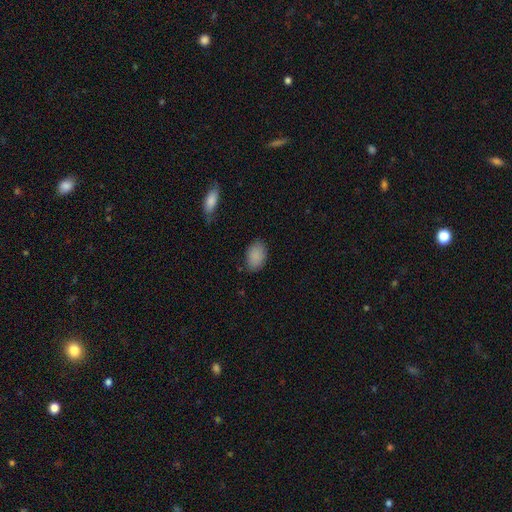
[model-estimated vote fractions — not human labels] Smooth or featured: smooth — 88% (star or artifact — 8%)
How rounded: in between — 87% (round — 12%)
Merging: none — 79% (minor disturbance — 16%)